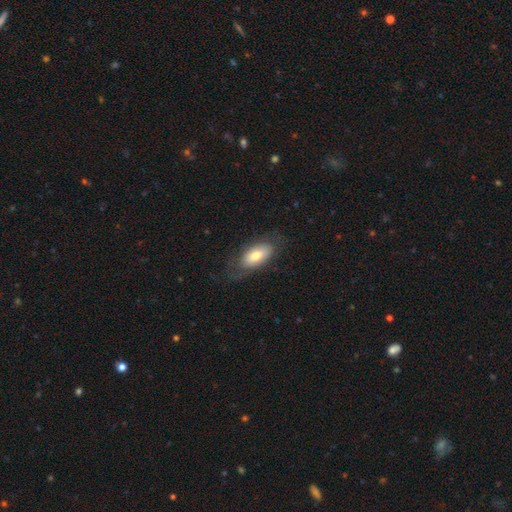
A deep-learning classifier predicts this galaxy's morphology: The model was most divided on "smooth or featured": smooth: 64%, featured or disk: 29%, star or artifact: 7%. More confident: how rounded — in between (88%); merging — none (68%).